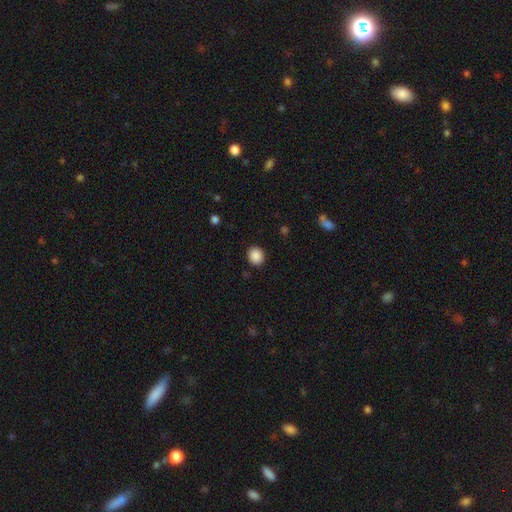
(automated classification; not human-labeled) This is clearly a smooth galaxy (89%). How rounded: likely round (78%). Merging: clearly none (91%).